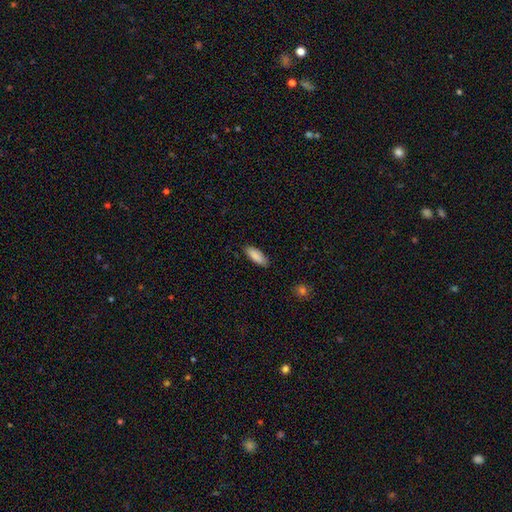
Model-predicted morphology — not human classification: A smooth galaxy with no disk features (88%) that is in between round and cigar-shaped (72%). Merging: none (86%).